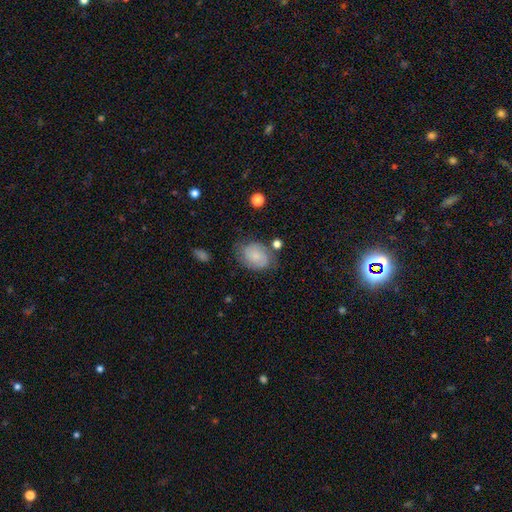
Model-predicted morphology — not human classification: smooth-or-featured: smooth: 51% | featured or disk: 40% | star or artifact: 9%
  how-rounded: in between: 65% | round: 34% | cigar-shaped: 1%
  merging: none: 65% | minor disturbance: 22% | major disturbance: 8% | merger: 5%